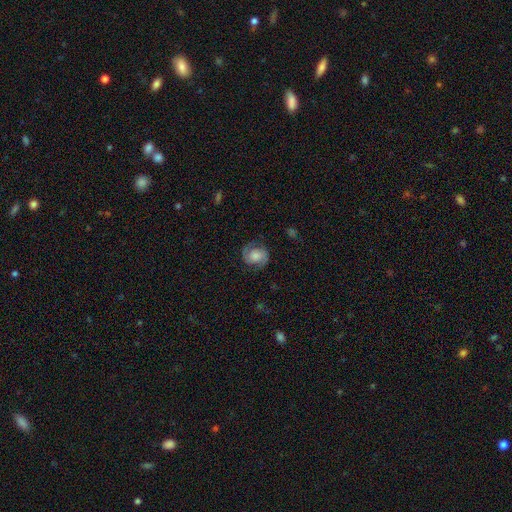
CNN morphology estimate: This is likely a featured or disk galaxy (66%). It is clearly not viewed edge-on (98%). Bar: likely no (67%). Spiral arm pattern: clearly yes (93%). Spiral arm count: clearly 2 (89%). Spiral winding: possibly medium (47%). Central bulge: marginally moderate (30%, tied with large). Merging: likely none (76%).